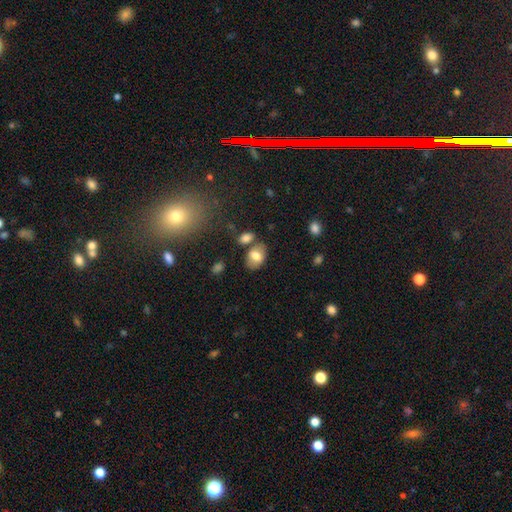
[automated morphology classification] Overall: smooth (75%). How rounded: in between (82%). Merging: none (65%).